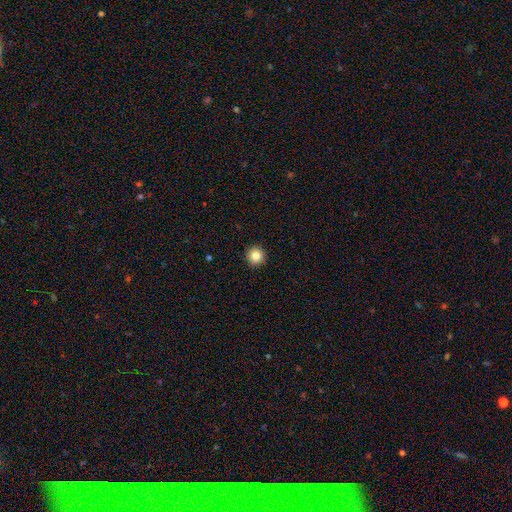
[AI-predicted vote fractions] smooth-or-featured: smooth: 83% | star or artifact: 11% | featured or disk: 6%
  how-rounded: round: 95% | in between: 4% | cigar-shaped: 1%
  merging: none: 94% | minor disturbance: 4% | major disturbance: 1% | merger: 1%